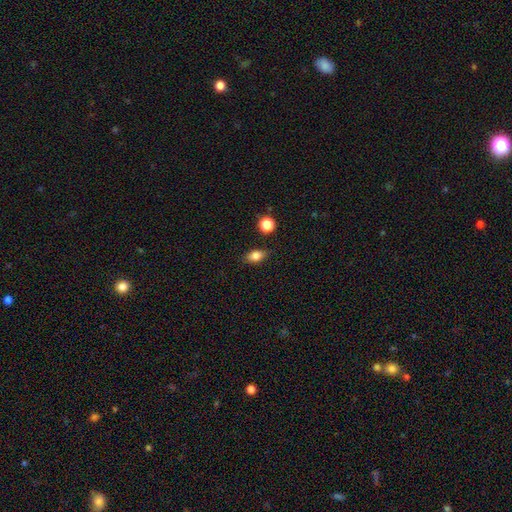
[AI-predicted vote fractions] Smooth or featured? Predicted: smooth (p=0.82). How rounded? Predicted: in between (p=0.79). Merging? Predicted: none (p=0.83).